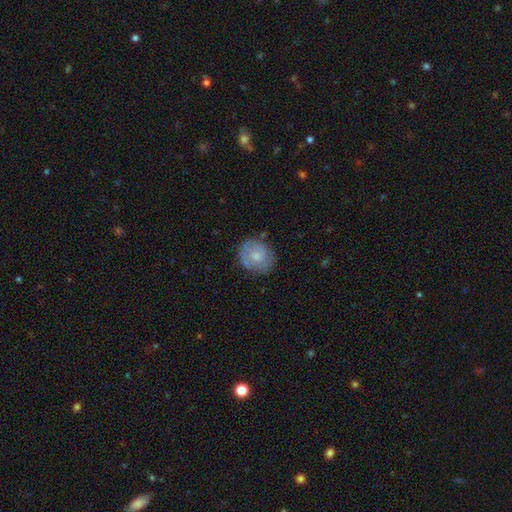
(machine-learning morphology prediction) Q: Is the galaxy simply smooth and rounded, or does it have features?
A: smooth — 56%.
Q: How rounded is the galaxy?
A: round — 71%.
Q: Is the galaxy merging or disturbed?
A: none — 73%.